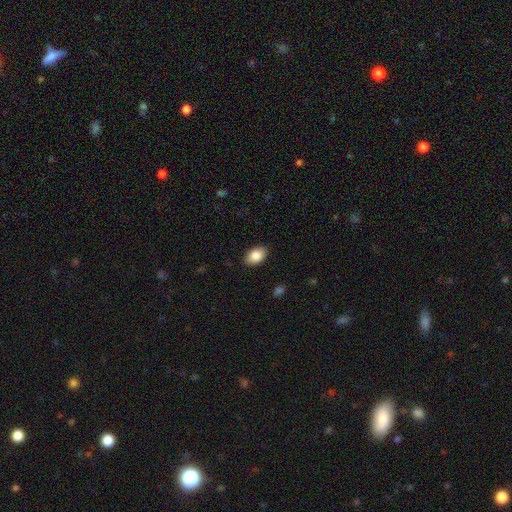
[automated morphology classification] Overall: smooth (86%). How rounded: in between (89%). Merging: none (88%).